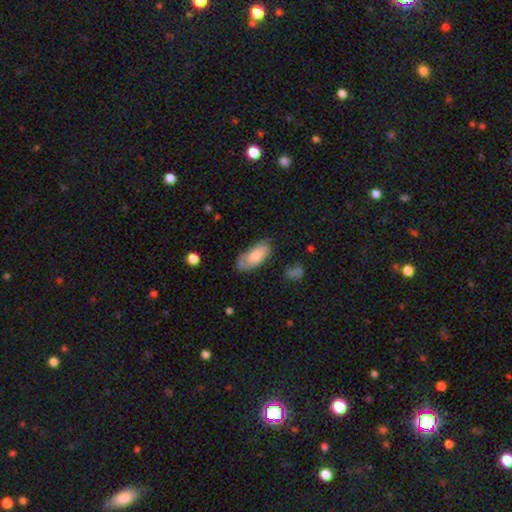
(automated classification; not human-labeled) Smooth or featured?
  - smooth: 67% *
  - featured or disk: 27%
  - star or artifact: 6%
How rounded?
  - in between: 89% *
  - cigar-shaped: 9%
  - round: 2%
Merging?
  - none: 64% *
  - minor disturbance: 26%
  - major disturbance: 8%
  - merger: 2%